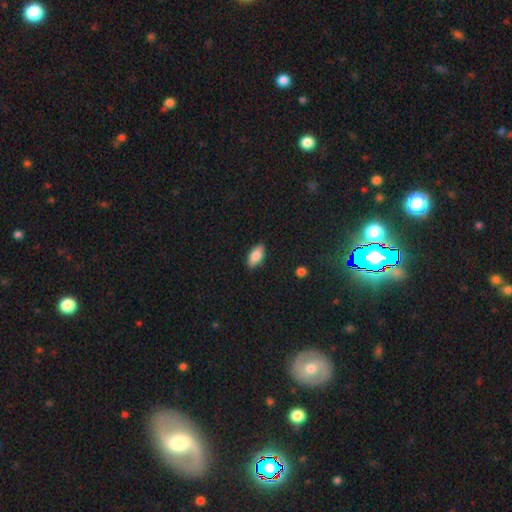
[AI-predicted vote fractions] A smooth galaxy with no disk features (83%) that is in between round and cigar-shaped (90%).

Vote fractions:
- Smooth or featured? smooth: 83% / featured or disk: 10% / star or artifact: 7%
- How rounded? in between: 90% / cigar-shaped: 8% / round: 3%
- Merging? none: 86% / minor disturbance: 11% / major disturbance: 2% / merger: 1%